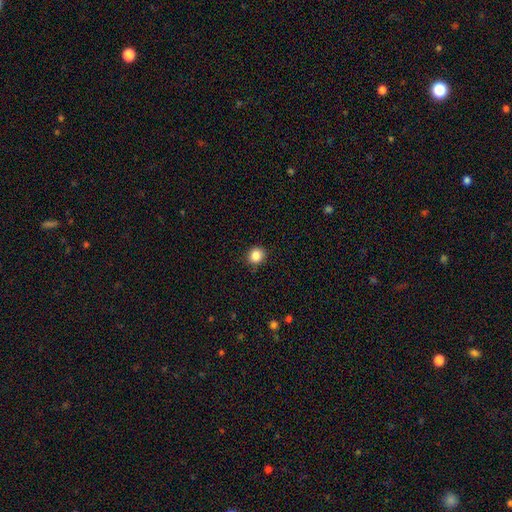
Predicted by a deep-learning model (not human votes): Smooth or featured: smooth — 86% (star or artifact — 10%)
How rounded: round — 84% (in between — 15%)
Merging: none — 89% (minor disturbance — 8%)